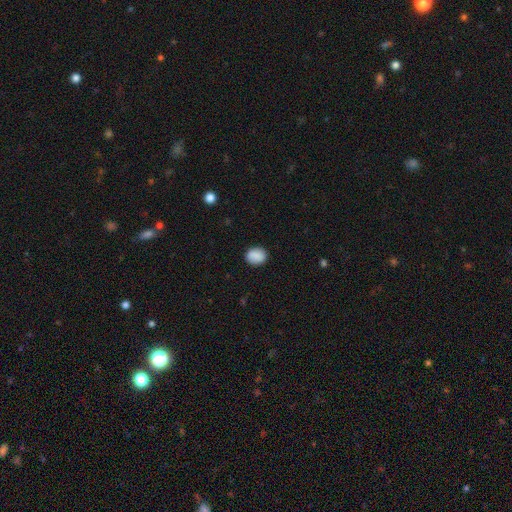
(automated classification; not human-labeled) Overall: smooth (88%). How rounded: round (52%; in between 47%). Merging: none (88%).